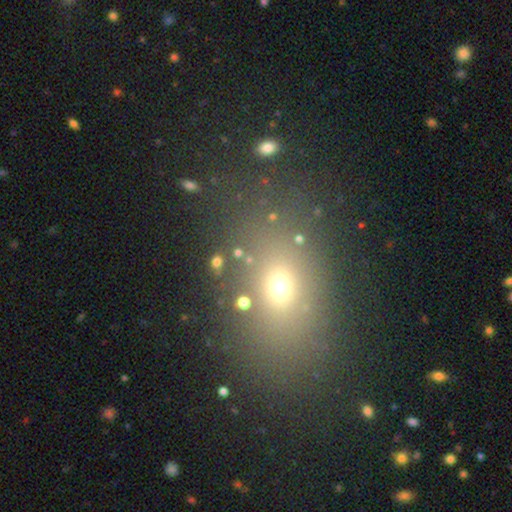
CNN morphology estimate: Smooth or featured? Predicted: smooth (p=0.60). How rounded? Predicted: in between (p=0.69). Merging? Predicted: none (p=0.80).